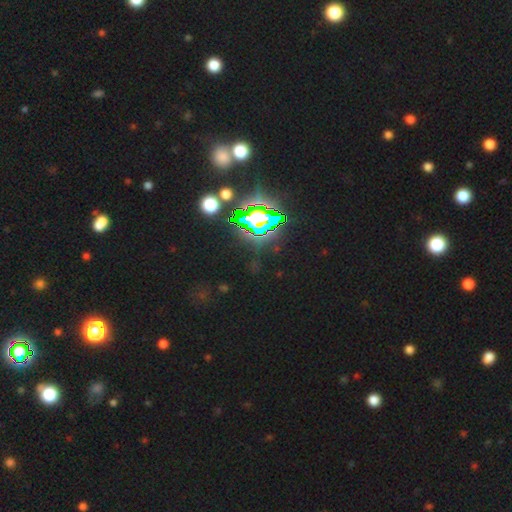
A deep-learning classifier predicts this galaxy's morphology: Smooth or featured? Predicted: star or artifact (p=0.82).